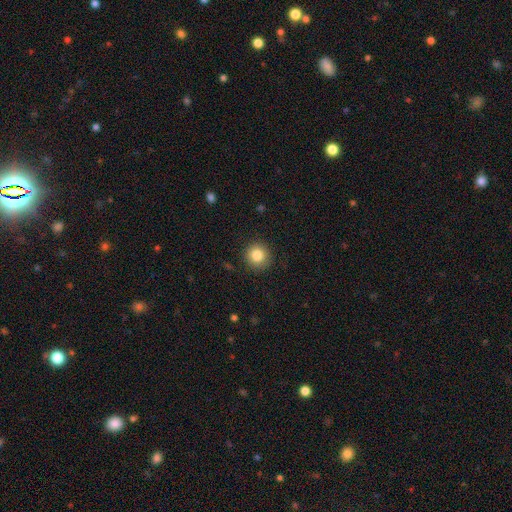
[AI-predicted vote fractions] A smooth galaxy with no disk features (84%) that is round (94%).

Vote fractions:
- Smooth or featured? smooth: 84% / star or artifact: 10% / featured or disk: 6%
- How rounded? round: 94% / in between: 5% / cigar-shaped: 1%
- Merging? none: 91% / minor disturbance: 6% / major disturbance: 2% / merger: 1%